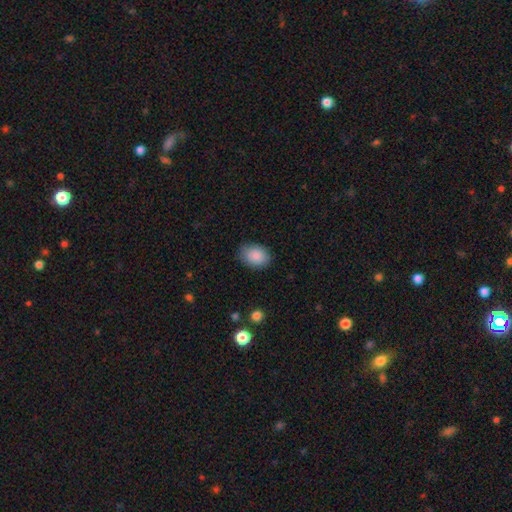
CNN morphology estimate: The model was most divided on "how rounded": in between: 75%, round: 24%, cigar-shaped: 1%. More confident: smooth or featured — smooth (89%); merging — none (80%).